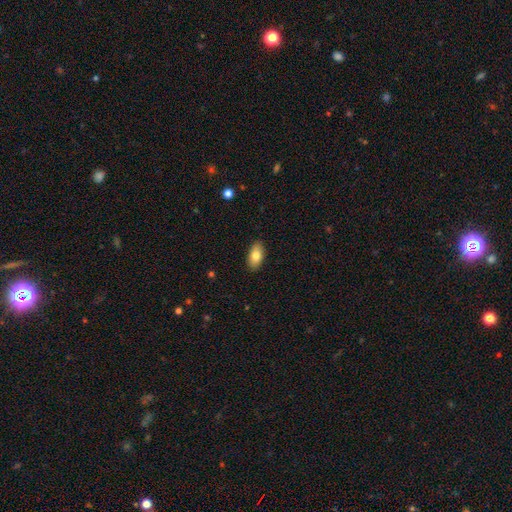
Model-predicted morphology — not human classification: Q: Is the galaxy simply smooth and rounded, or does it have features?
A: smooth — 81%.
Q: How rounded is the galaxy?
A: in between — 92%.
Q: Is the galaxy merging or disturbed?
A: none — 89%.